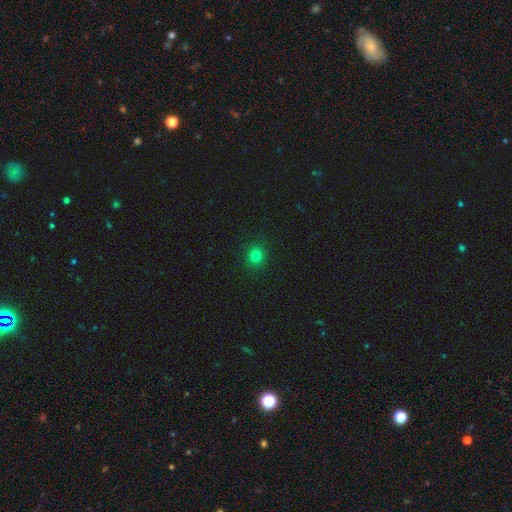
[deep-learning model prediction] A smooth galaxy with no disk features (79%) that is round (89%).

Vote fractions:
- Smooth or featured? smooth: 79% / star or artifact: 16% / featured or disk: 5%
- How rounded? round: 89% / in between: 10% / cigar-shaped: 1%
- Merging? none: 92% / minor disturbance: 5% / major disturbance: 2% / merger: 1%